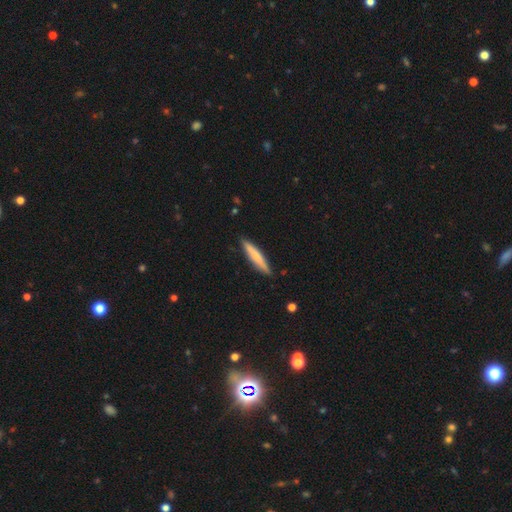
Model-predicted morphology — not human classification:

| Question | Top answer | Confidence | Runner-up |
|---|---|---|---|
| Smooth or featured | smooth | 66% | featured or disk (29%) |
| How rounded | cigar-shaped | 92% | in between (7%) |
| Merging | none | 88% | minor disturbance (9%) |